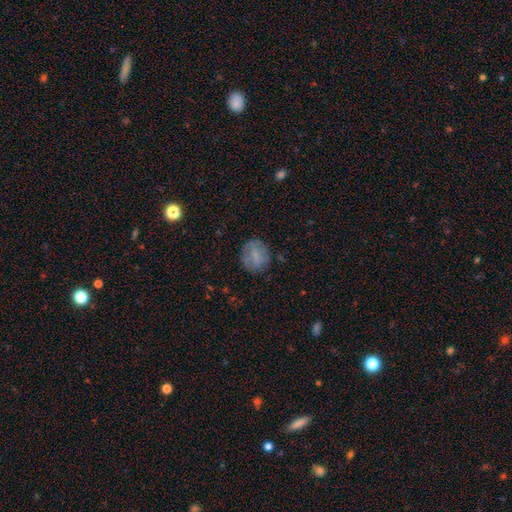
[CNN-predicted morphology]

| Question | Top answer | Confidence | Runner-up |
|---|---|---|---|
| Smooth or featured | smooth | 69% | featured or disk (23%) |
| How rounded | round | 73% | in between (25%) |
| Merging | none | 76% | minor disturbance (16%) |